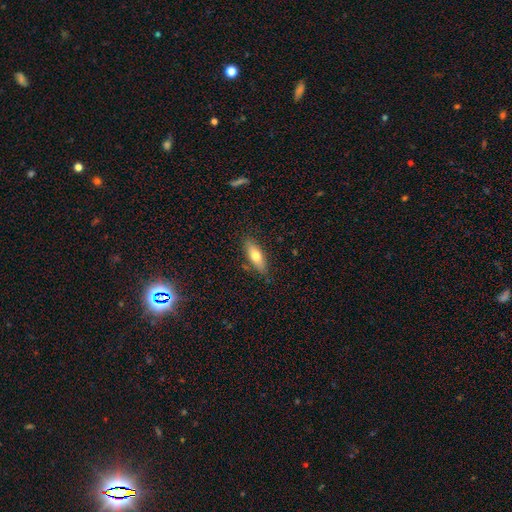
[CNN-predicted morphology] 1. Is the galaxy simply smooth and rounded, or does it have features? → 70% smooth, 24% featured or disk, 6% star or artifact.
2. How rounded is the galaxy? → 66% in between, 32% cigar-shaped, 3% round.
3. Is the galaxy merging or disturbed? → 82% none, 13% minor disturbance, 3% major disturbance, 2% merger.